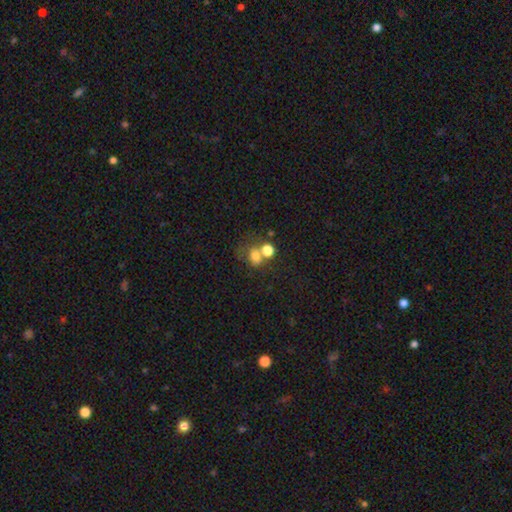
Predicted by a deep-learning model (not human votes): smooth 71%, star or artifact 16%, featured or disk 13%. Down the decision tree: how rounded — round (61%); merging — merger (44%).